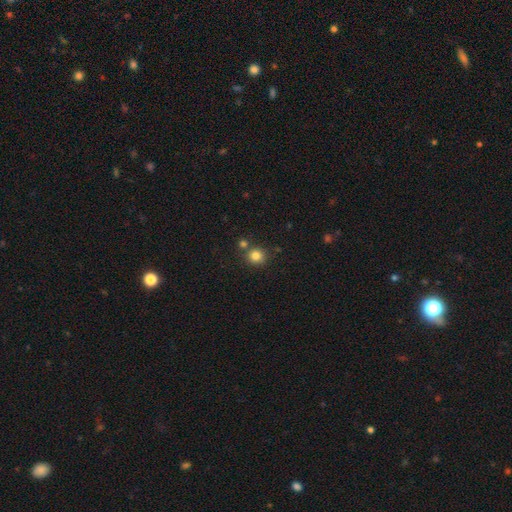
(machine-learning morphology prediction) A smooth galaxy with no disk features (82%) that is round (89%).

Vote fractions:
- Smooth or featured? smooth: 82% / star or artifact: 12% / featured or disk: 6%
- How rounded? round: 89% / in between: 10% / cigar-shaped: 1%
- Merging? none: 74% / merger: 15% / minor disturbance: 9% / major disturbance: 3%